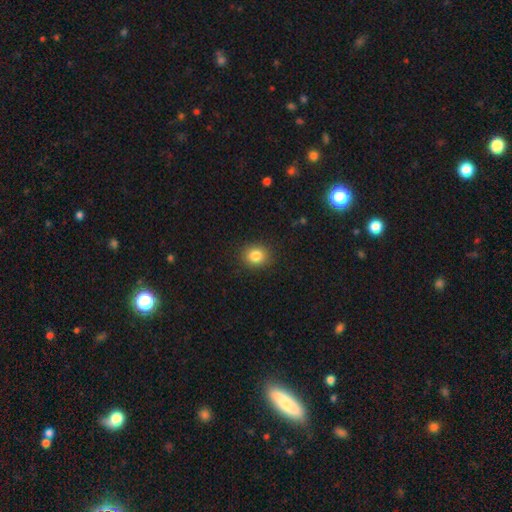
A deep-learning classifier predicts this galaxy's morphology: A smooth galaxy with no disk features (84%) that is round (75%). Merging: none (91%).